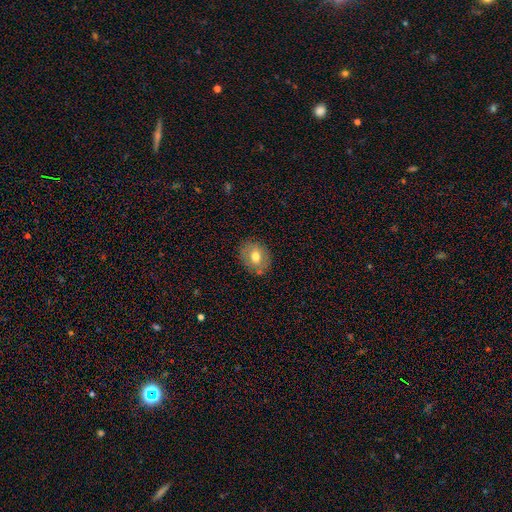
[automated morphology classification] This appears to be a smooth galaxy with no disk features (65%) that is round (53%). Merging: none (83%).